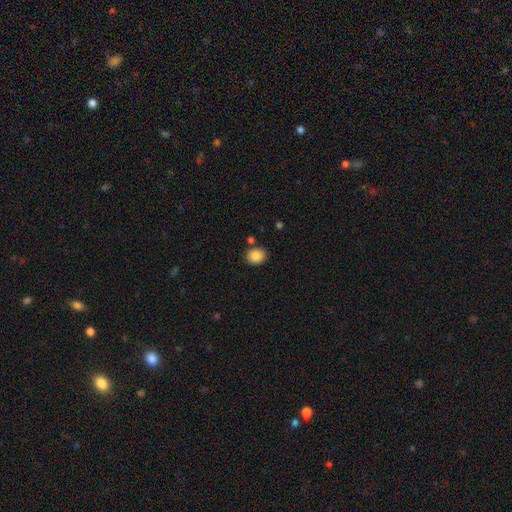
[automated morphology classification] Smooth or featured?
  - smooth: 88% *
  - star or artifact: 8%
  - featured or disk: 4%
How rounded?
  - round: 64% *
  - in between: 35%
  - cigar-shaped: 1%
Merging?
  - none: 82% *
  - minor disturbance: 10%
  - merger: 6%
  - major disturbance: 3%